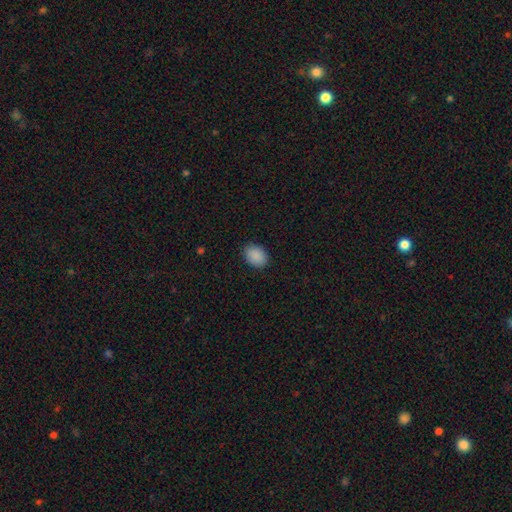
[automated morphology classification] A smooth galaxy with no disk features (90%) that is in between round and cigar-shaped (69%).

Vote fractions:
- Smooth or featured? smooth: 90% / star or artifact: 8% / featured or disk: 3%
- How rounded? in between: 69% / round: 30% / cigar-shaped: 1%
- Merging? none: 87% / minor disturbance: 10% / major disturbance: 2% / merger: 1%